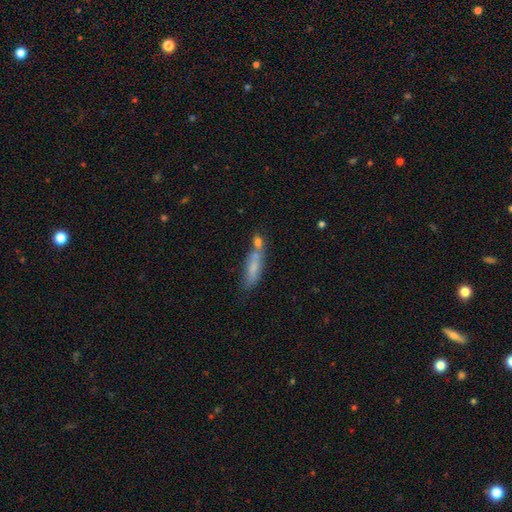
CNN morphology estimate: smooth-or-featured: smooth: 62% | featured or disk: 26% | star or artifact: 12%
  how-rounded: cigar-shaped: 77% | in between: 21% | round: 3%
  merging: none: 56% | merger: 20% | minor disturbance: 17% | major disturbance: 6%